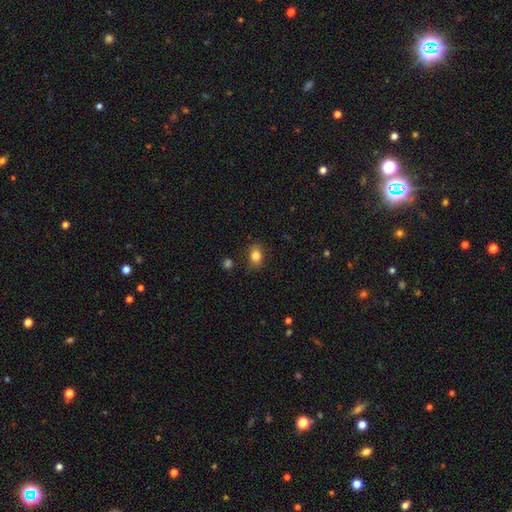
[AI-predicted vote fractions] Morphology: type=smooth (83%); roundness=in between (62%); merging=none (81%).